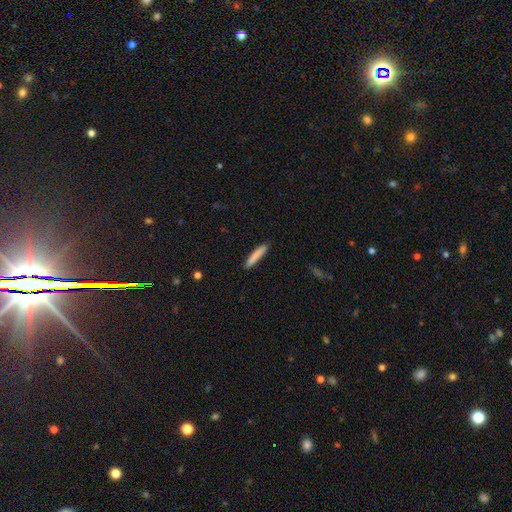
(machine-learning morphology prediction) Q: Smooth or featured?
A: smooth (83%); runner-up: featured or disk (11%)
Q: How rounded?
A: cigar-shaped (93%); runner-up: in between (6%)
Q: Merging?
A: none (90%); runner-up: minor disturbance (7%)